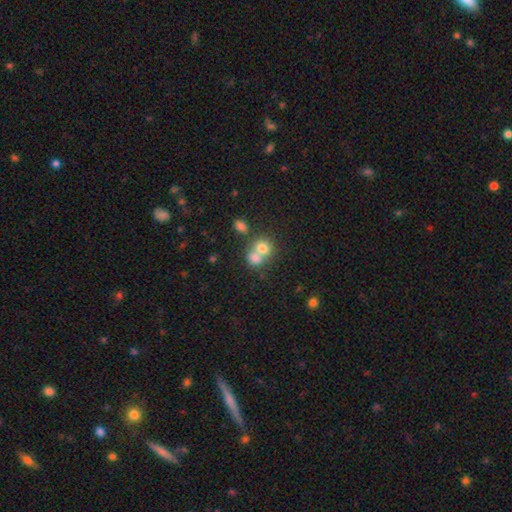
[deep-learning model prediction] Morphology: type=smooth (70%); roundness=round (77%); merging=merger (60%).